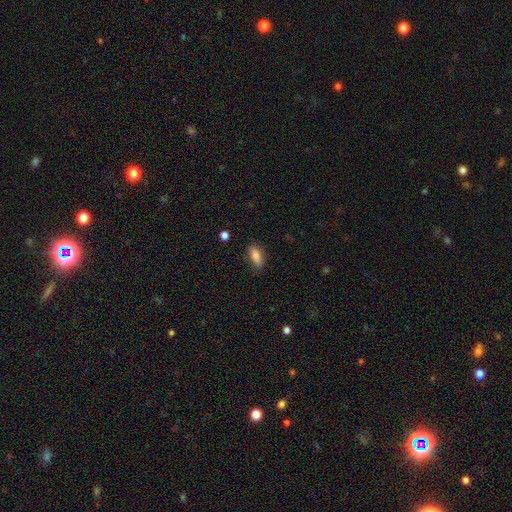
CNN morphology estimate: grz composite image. It shows a smooth galaxy with no disk features (80%) that is in between round and cigar-shaped (67%). Merging: none (81%).